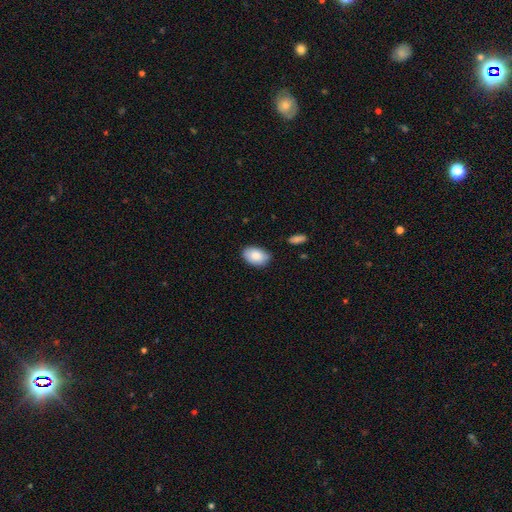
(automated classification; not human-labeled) This is clearly a smooth galaxy (85%). How rounded: clearly in between (88%). Merging: likely none (75%).